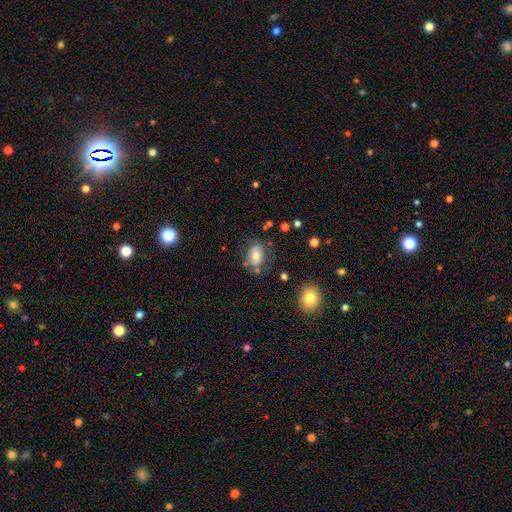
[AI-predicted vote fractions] smooth_or_featured: smooth (p=0.65) [alt: featured or disk p=0.25]
how_rounded: in between (p=0.77) [alt: round p=0.22]
merging: none (p=0.62) [alt: minor disturbance p=0.22]